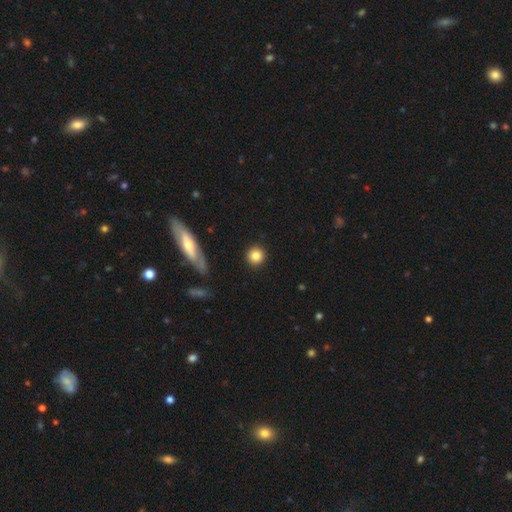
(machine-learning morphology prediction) Q: Smooth or featured?
A: smooth (84%); runner-up: star or artifact (9%)
Q: How rounded?
A: round (93%); runner-up: in between (6%)
Q: Merging?
A: none (91%); runner-up: minor disturbance (6%)